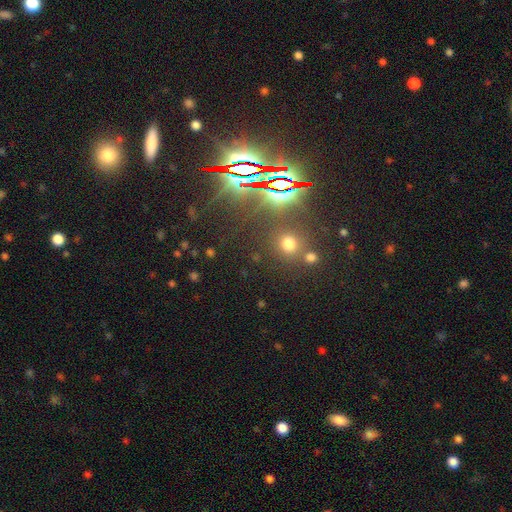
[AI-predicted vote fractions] Smooth or featured?
  - star or artifact: 64% *
  - smooth: 28%
  - featured or disk: 9%